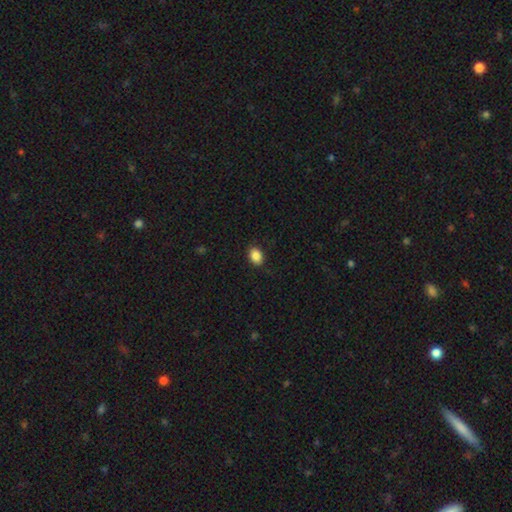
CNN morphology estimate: Smooth or featured? smooth (87%)
How rounded? in between (76%)
Merging? none (88%)